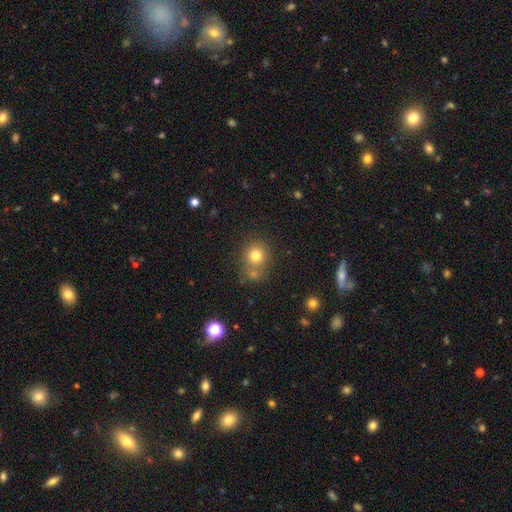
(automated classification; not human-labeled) This is likely a smooth galaxy (78%). How rounded: clearly round (83%). Merging: possibly none (60%).